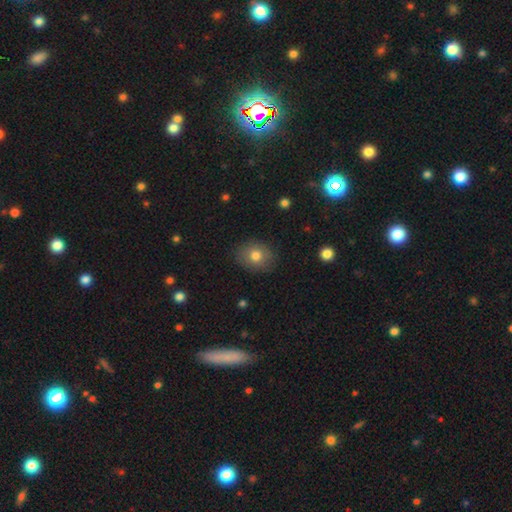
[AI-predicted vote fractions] Smooth or featured: smooth — 77% (featured or disk — 13%)
How rounded: round — 57% (in between — 42%)
Merging: none — 86% (minor disturbance — 10%)